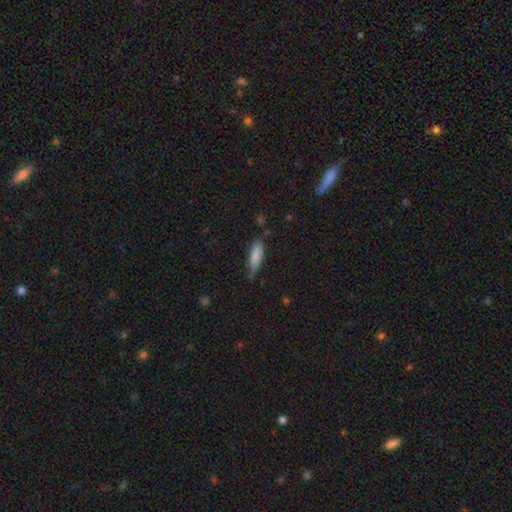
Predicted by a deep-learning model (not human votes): The model was most divided on "how rounded": cigar-shaped: 51%, in between: 47%, round: 2%. More confident: smooth or featured — smooth (82%); merging — none (55%).